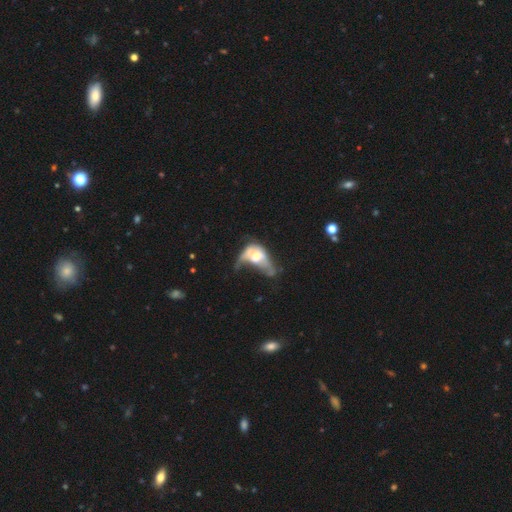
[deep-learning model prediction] Q: Smooth or featured?
A: featured or disk (50%); runner-up: smooth (41%)
Q: Edge-on disk?
A: no (87%); runner-up: yes (13%)
Q: Merging?
A: major disturbance (52%); runner-up: merger (22%)